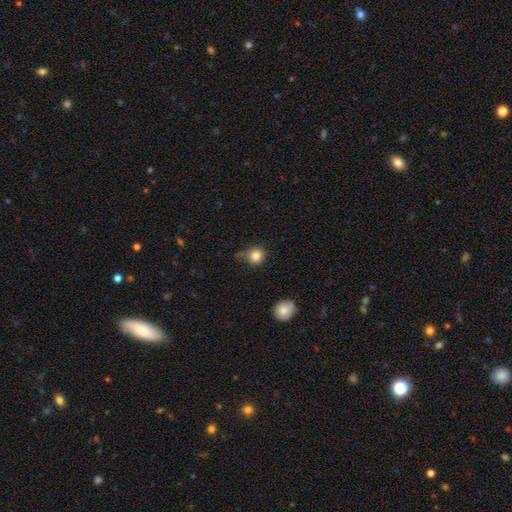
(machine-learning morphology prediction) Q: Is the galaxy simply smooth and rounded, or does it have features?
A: smooth — 84%.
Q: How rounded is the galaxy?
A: round — 88%.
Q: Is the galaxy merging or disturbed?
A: none — 60%.